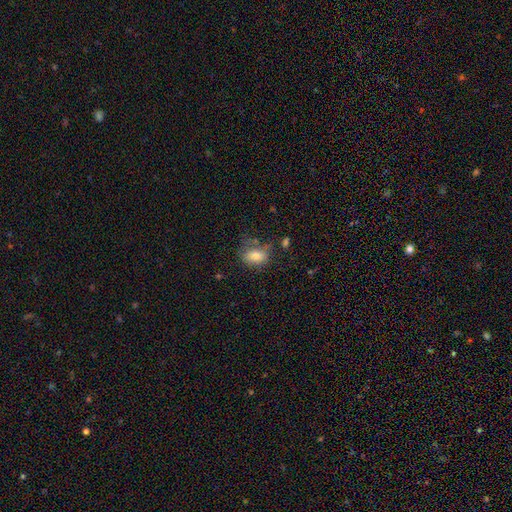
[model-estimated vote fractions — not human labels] Smooth or featured? Predicted: smooth (p=0.77). How rounded? Predicted: in between (p=0.80). Merging? Predicted: none (p=0.48).